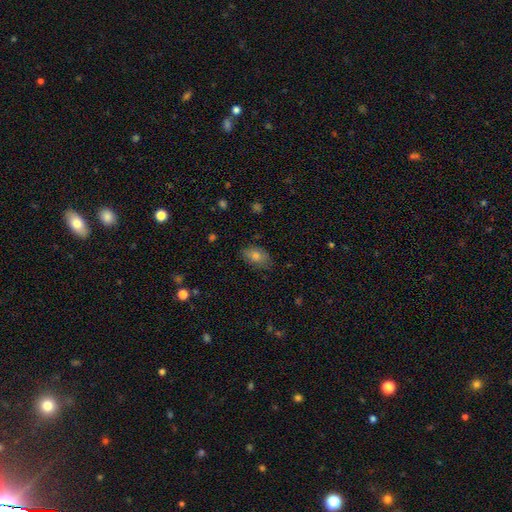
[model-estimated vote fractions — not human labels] Q: Smooth or featured?
A: smooth (72%); runner-up: featured or disk (15%)
Q: How rounded?
A: in between (85%); runner-up: round (13%)
Q: Merging?
A: none (80%); runner-up: minor disturbance (15%)